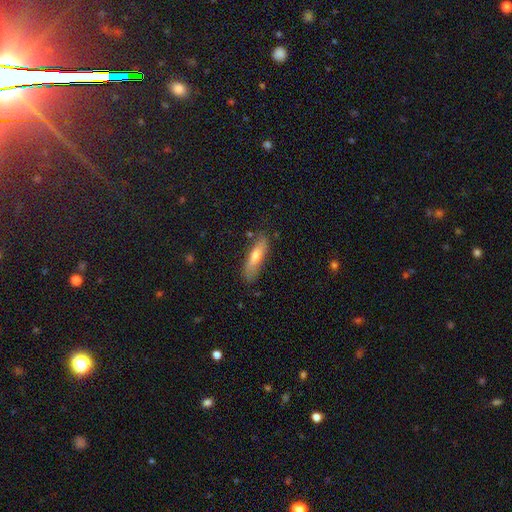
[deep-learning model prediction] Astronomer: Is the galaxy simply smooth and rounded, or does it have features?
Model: smooth — 63%.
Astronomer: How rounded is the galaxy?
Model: cigar-shaped — 64%.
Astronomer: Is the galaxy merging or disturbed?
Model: none — 77%.